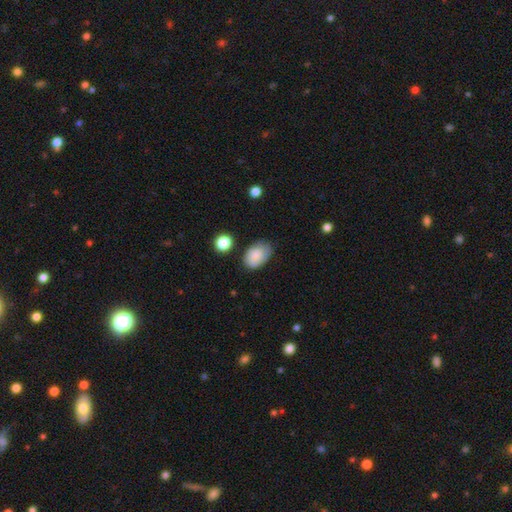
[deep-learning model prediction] Morphology: type=smooth (80%); roundness=in between (87%); merging=none (64%).